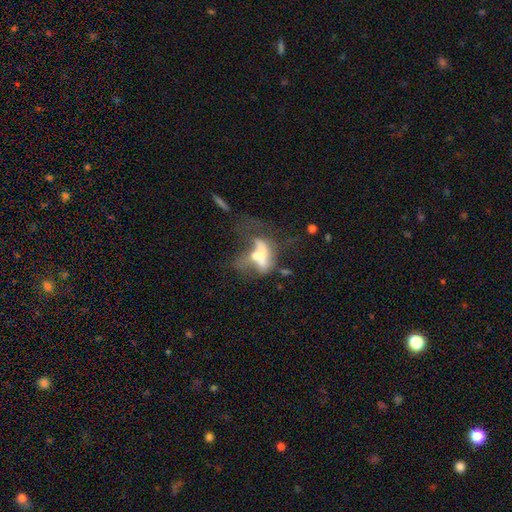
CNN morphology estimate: Smooth or featured: featured or disk — 51% (smooth — 35%)
Edge-on disk: no — 93% (yes — 7%)
Merging: merger — 46% (major disturbance — 33%)